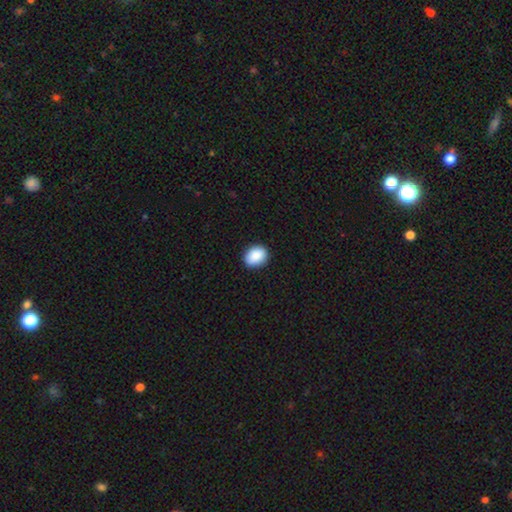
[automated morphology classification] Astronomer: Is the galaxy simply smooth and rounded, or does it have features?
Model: smooth — 89%.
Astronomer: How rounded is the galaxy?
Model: in between — 62%.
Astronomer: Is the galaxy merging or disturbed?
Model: none — 88%.